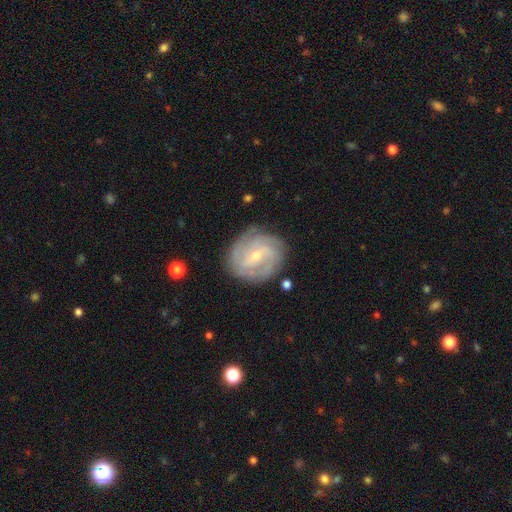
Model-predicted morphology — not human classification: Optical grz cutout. It shows a featured or disk galaxy (83%) with a weak bar (49%), tight (58%) spiral arms (94%) and a small central bulge (72%). Merging: none (80%).